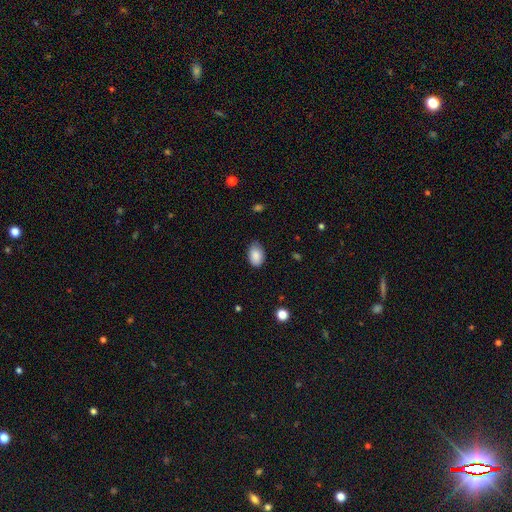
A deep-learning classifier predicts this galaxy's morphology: A smooth galaxy with no disk features (87%) that is in between round and cigar-shaped (89%).

Vote fractions:
- Smooth or featured? smooth: 87% / star or artifact: 7% / featured or disk: 6%
- How rounded? in between: 89% / round: 10% / cigar-shaped: 1%
- Merging? none: 73% / minor disturbance: 22% / major disturbance: 3% / merger: 1%